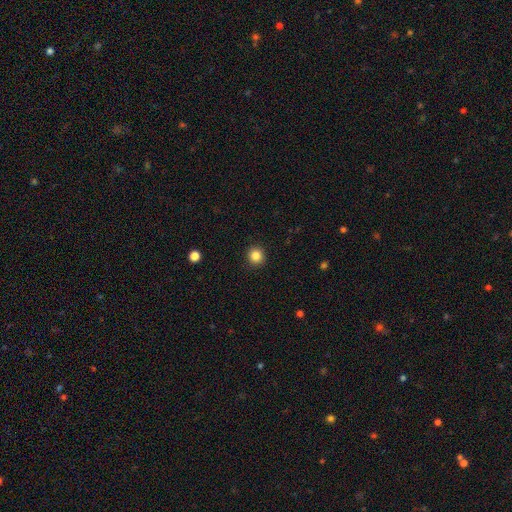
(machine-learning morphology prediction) A smooth galaxy with no disk features (84%) that is round (93%). Merging: none (92%).